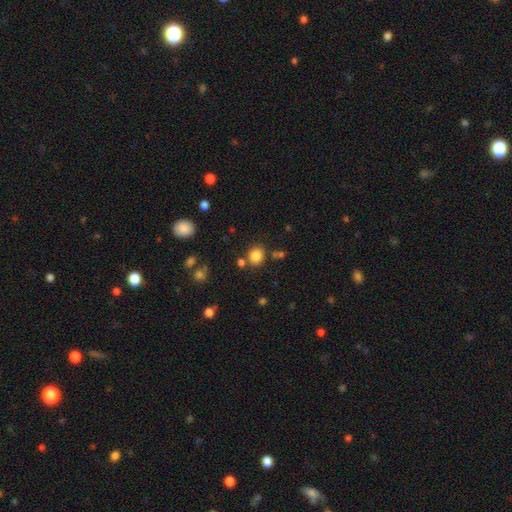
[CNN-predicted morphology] The model was most divided on "how rounded": round: 76%, in between: 23%, cigar-shaped: 1%. More confident: smooth or featured — smooth (83%); merging — none (76%).